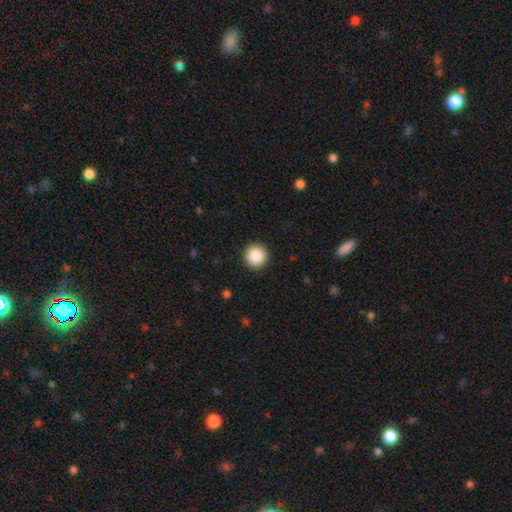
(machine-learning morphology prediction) The model was most divided on "smooth or featured": smooth: 87%, star or artifact: 9%, featured or disk: 4%. More confident: how rounded — round (96%); merging — none (93%).